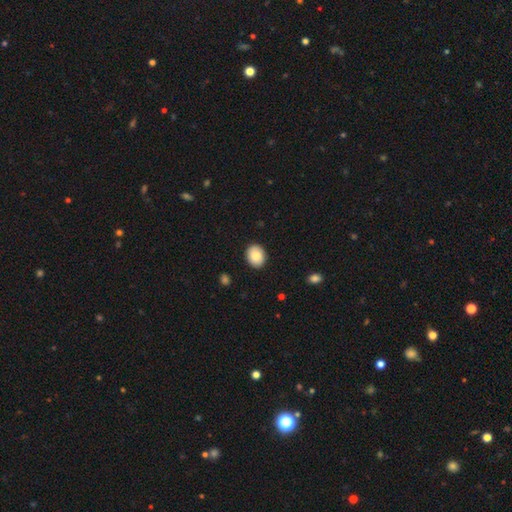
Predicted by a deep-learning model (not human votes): A smooth galaxy with no disk features (86%) that is in between round and cigar-shaped (51%). Merging: none (89%).